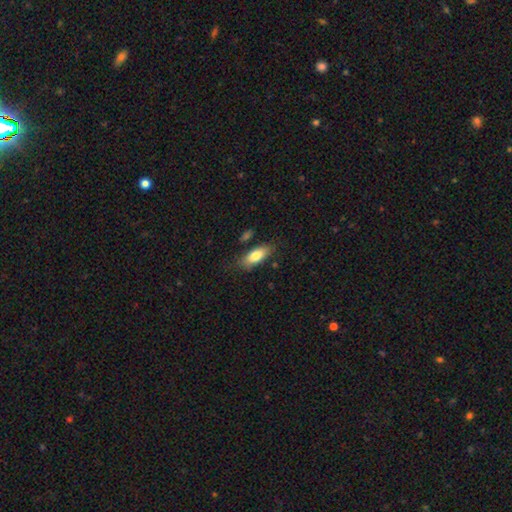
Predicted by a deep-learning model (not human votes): This is likely a smooth galaxy (80%). How rounded: likely in between (79%). Merging: likely none (77%).